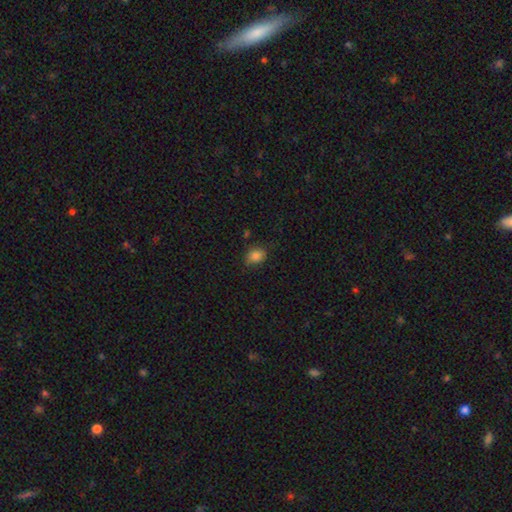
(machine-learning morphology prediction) Smooth or featured? smooth (84%)
How rounded? in between (59%)
Merging? none (71%)